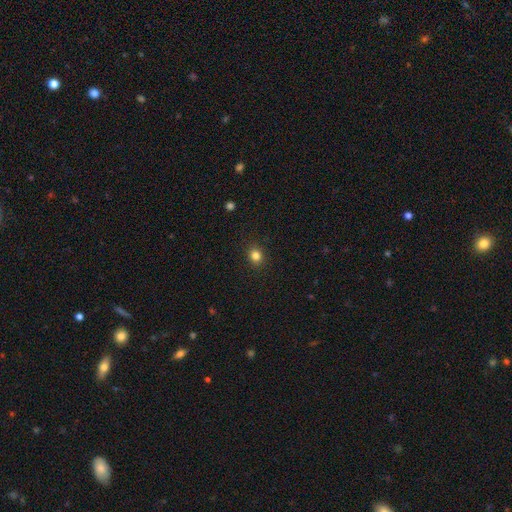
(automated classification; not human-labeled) Q: Smooth or featured?
A: smooth (83%); runner-up: star or artifact (12%)
Q: How rounded?
A: round (70%); runner-up: in between (29%)
Q: Merging?
A: none (90%); runner-up: minor disturbance (7%)